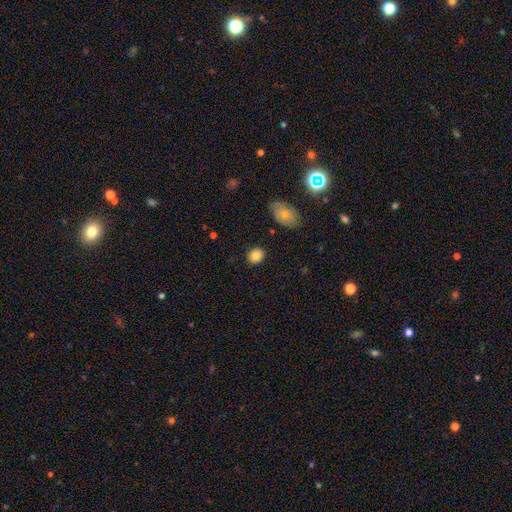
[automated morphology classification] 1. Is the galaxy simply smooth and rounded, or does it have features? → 85% smooth, 9% star or artifact, 6% featured or disk.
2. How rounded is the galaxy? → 68% round, 31% in between, 1% cigar-shaped.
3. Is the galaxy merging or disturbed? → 88% none, 8% minor disturbance, 2% major disturbance, 2% merger.